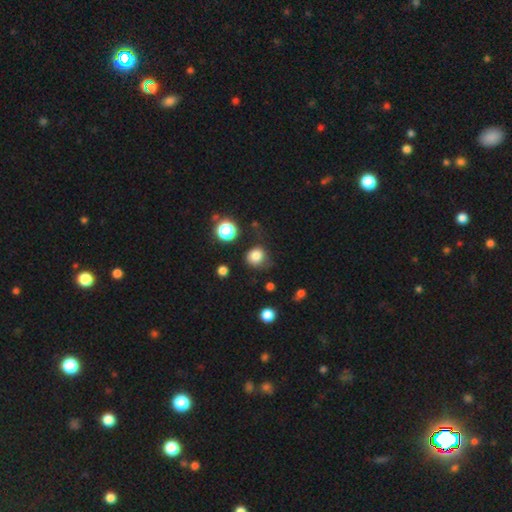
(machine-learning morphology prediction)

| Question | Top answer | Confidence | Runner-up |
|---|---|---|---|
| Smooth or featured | smooth | 81% | star or artifact (13%) |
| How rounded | round | 83% | in between (16%) |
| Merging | none | 66% | minor disturbance (23%) |